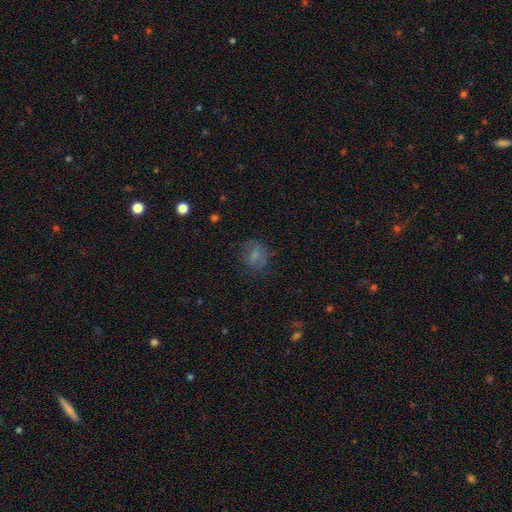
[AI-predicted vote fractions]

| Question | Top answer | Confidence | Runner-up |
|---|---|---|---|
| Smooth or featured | smooth | 64% | featured or disk (21%) |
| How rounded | round | 58% | in between (41%) |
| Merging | none | 65% | minor disturbance (20%) |